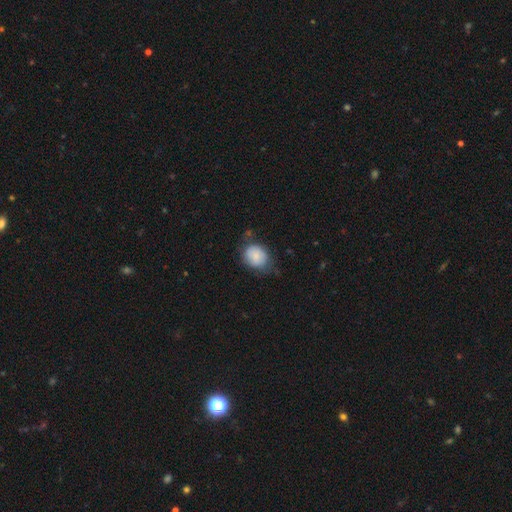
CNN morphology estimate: This appears to be a smooth galaxy with no disk features (82%) that is round (54%). Merging: none (56%).